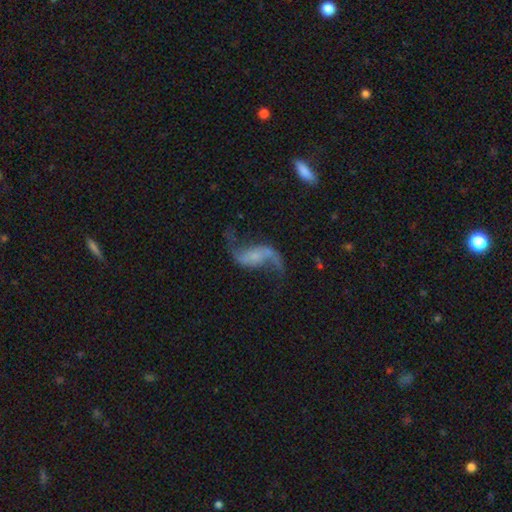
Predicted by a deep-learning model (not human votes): smooth-or-featured: featured or disk: 86% | smooth: 8% | star or artifact: 6%
  disk-edge-on: no: 96% | yes: 4%
    bar: no: 46% | weak: 34% | strong: 20%
    has-spiral-arms: yes: 94% | no: 6%
      spiral-winding: loose: 89% | medium: 8% | tight: 2%
      spiral-arm-count: 2: 91% | 1: 4% | can't tell: 2% | 3: 1% | 4: 1% | more than 4: 1%
    bulge-size: small: 53% | none: 28% | moderate: 15% | large: 3% | dominant: 2%
  merging: none: 63% | major disturbance: 17% | minor disturbance: 15% | merger: 4%